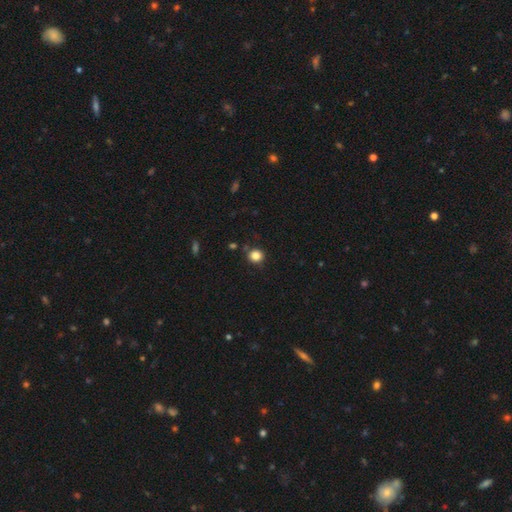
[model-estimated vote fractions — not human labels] Smooth or featured?
  - smooth: 85% *
  - star or artifact: 11%
  - featured or disk: 4%
How rounded?
  - round: 86% *
  - in between: 13%
  - cigar-shaped: 1%
Merging?
  - none: 84% *
  - minor disturbance: 9%
  - merger: 4%
  - major disturbance: 2%